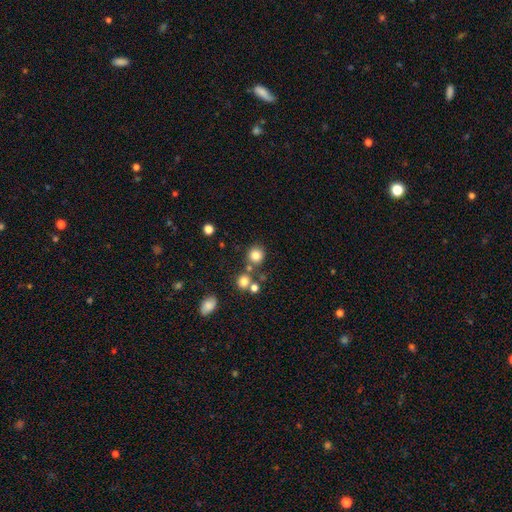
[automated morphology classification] This appears to be a smooth galaxy with no disk features (81%) that is round (89%). Merging: none (73%).